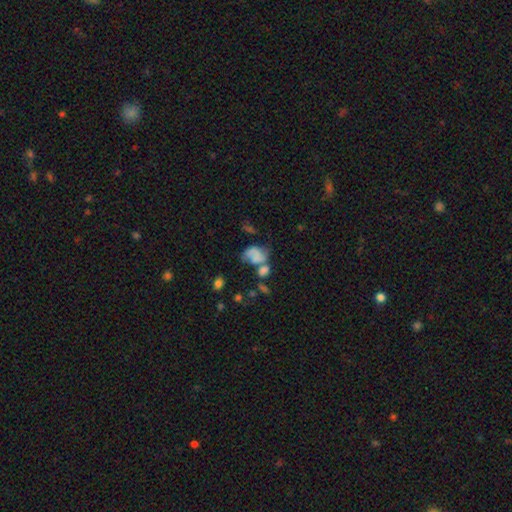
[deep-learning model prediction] A smooth galaxy with no disk features (49%).

Vote fractions:
- Smooth or featured? smooth: 49% / featured or disk: 39% / star or artifact: 12%
- Merging? merger: 35% / none: 25% / major disturbance: 22% / minor disturbance: 18%